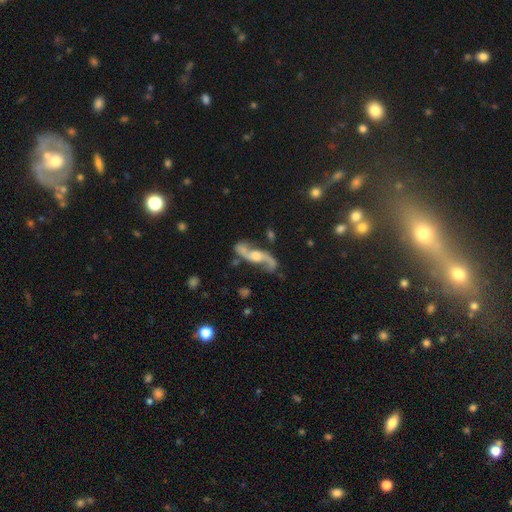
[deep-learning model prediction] This appears to be a featured or disk galaxy (88%) with no bar (55%), 2 (93%) loose (75%) spiral arms (96%) and a moderate central bulge (59%). Merging: none (72%).